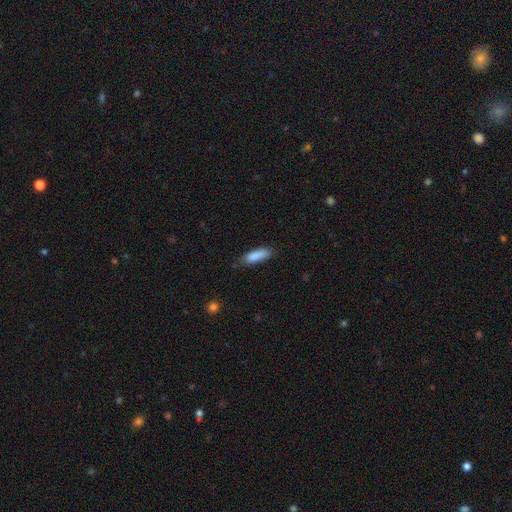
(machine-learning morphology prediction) Q: Smooth or featured?
A: smooth (87%); runner-up: star or artifact (6%)
Q: How rounded?
A: in between (51%); runner-up: cigar-shaped (47%)
Q: Merging?
A: none (76%); runner-up: minor disturbance (19%)